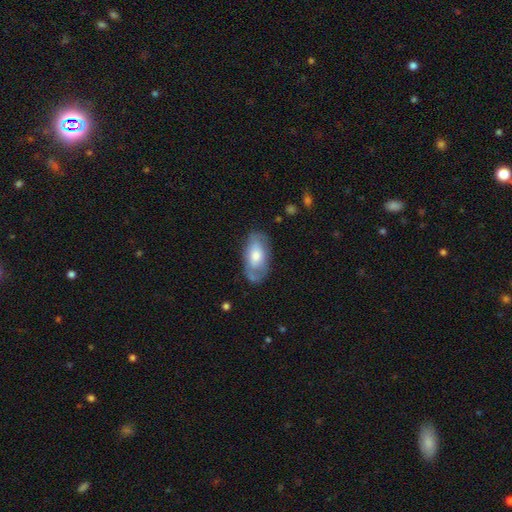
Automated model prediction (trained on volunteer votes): Q: Smooth or featured?
A: smooth (54%); runner-up: featured or disk (40%)
Q: How rounded?
A: in between (92%); runner-up: cigar-shaped (4%)
Q: Merging?
A: none (64%); runner-up: minor disturbance (25%)